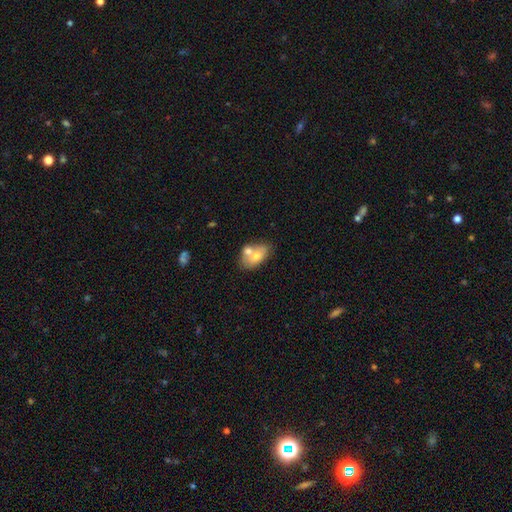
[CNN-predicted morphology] Smooth or featured? Predicted: smooth (p=0.66). How rounded? Predicted: in between (p=0.88). Merging? Predicted: none (p=0.41).